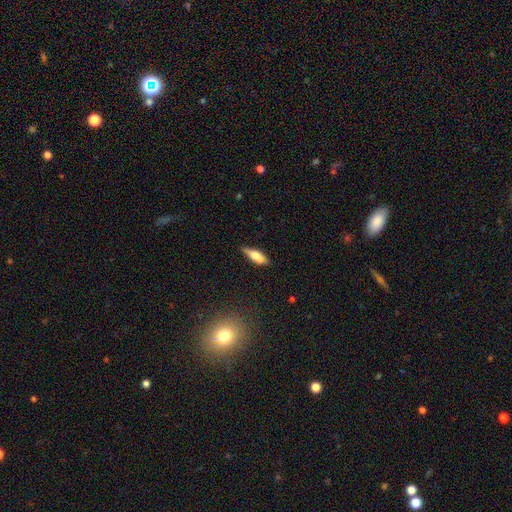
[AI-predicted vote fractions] Smooth or featured?
  - smooth: 61% *
  - featured or disk: 33%
  - star or artifact: 6%
How rounded?
  - cigar-shaped: 49% * (tied)
  - in between: 49% * (tied)
  - round: 2%
Merging?
  - none: 79% *
  - minor disturbance: 16%
  - major disturbance: 3%
  - merger: 2%